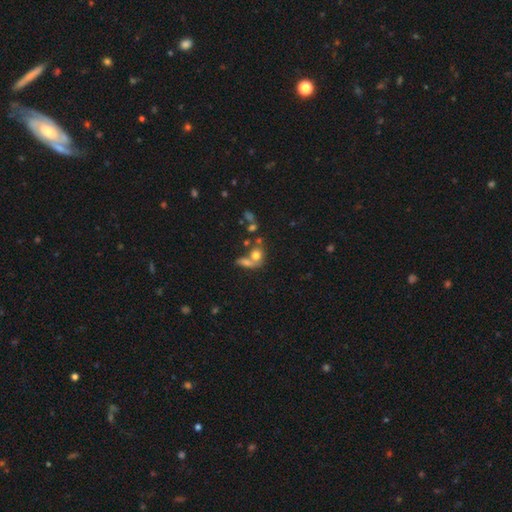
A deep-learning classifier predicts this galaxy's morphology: Smooth or featured? Predicted: smooth (p=0.69). How rounded? Predicted: round (p=0.56). Merging? Predicted: merger (p=0.49).